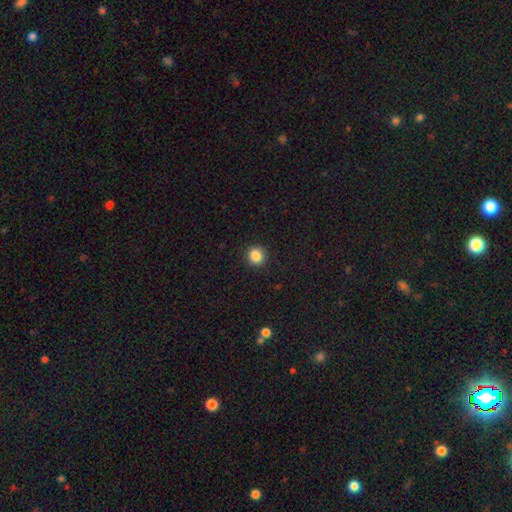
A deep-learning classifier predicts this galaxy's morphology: smooth-or-featured: smooth: 86% | star or artifact: 10% | featured or disk: 4%
  how-rounded: round: 88% | in between: 11% | cigar-shaped: 1%
  merging: none: 92% | minor disturbance: 6% | major disturbance: 2% | merger: 1%